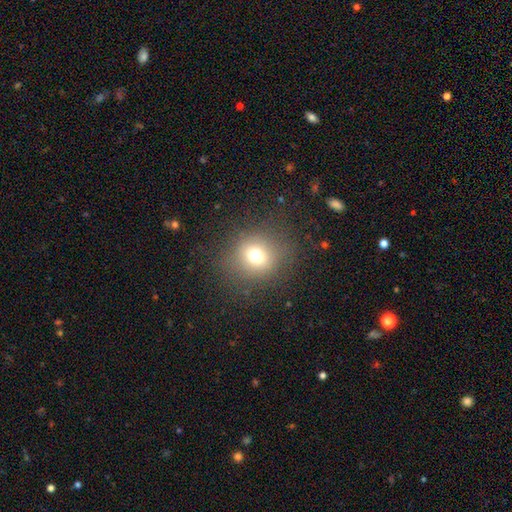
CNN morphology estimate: Smooth or featured: smooth — 71% (star or artifact — 18%)
How rounded: round — 84% (in between — 15%)
Merging: none — 82% (minor disturbance — 10%)